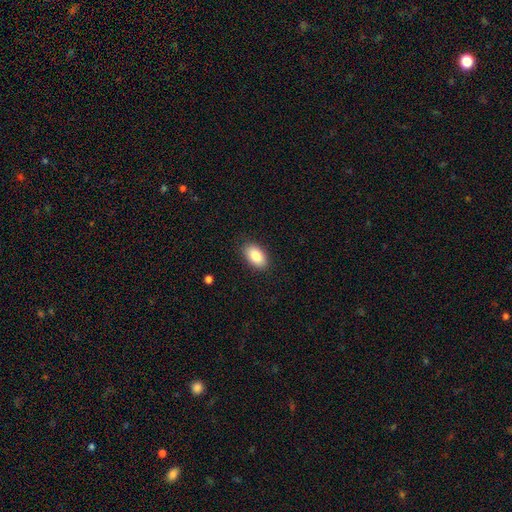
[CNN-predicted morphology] This appears to be a smooth galaxy with no disk features (88%) that is in between round and cigar-shaped (93%). Merging: none (86%).